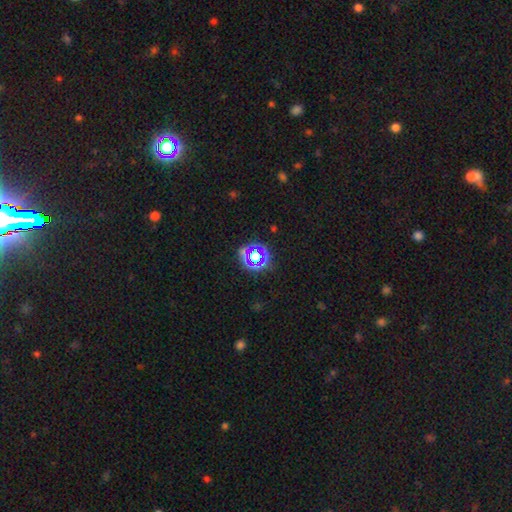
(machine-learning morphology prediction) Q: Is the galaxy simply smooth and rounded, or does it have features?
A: star or artifact — 63%.